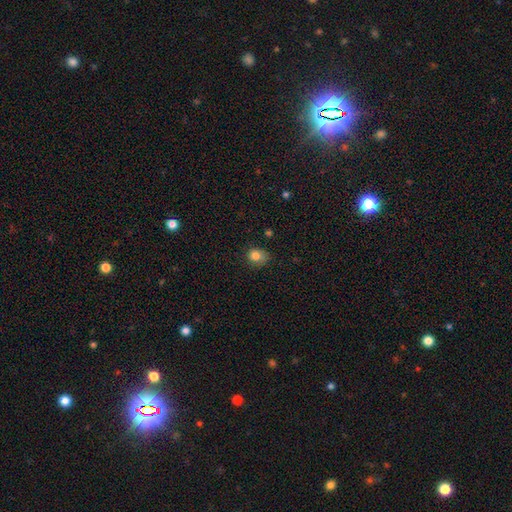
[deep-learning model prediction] The model was most divided on "how rounded": round: 58%, in between: 42%, cigar-shaped: 1%. More confident: smooth or featured — smooth (82%); merging — none (58%).